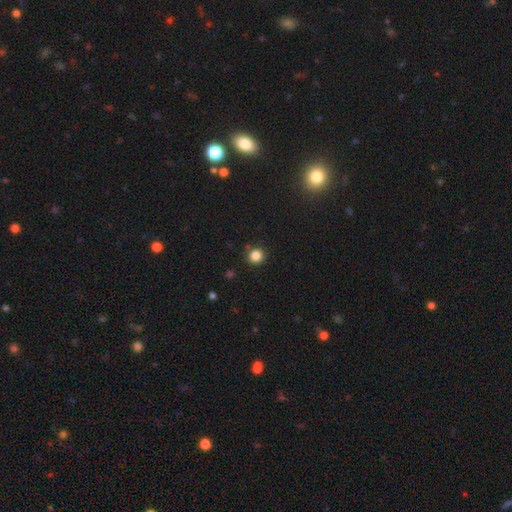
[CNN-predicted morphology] A smooth galaxy with no disk features (84%) that is round (93%). Merging: none (88%).